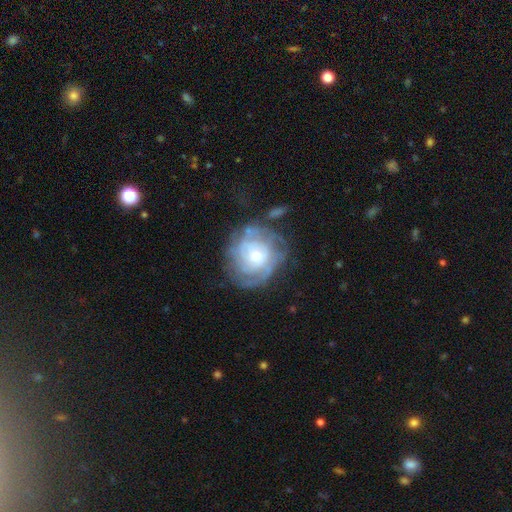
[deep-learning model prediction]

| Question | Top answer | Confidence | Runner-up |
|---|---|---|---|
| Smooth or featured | featured or disk | 73% | smooth (20%) |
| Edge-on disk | no | 97% | yes (3%) |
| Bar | no | 73% | weak (23%) |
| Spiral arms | yes | 81% | no (19%) |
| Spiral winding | tight | 66% | medium (25%) |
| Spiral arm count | can't tell | 53% | 2 (16%) |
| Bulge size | moderate | 48% | small (44%) |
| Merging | none | 61% | minor disturbance (21%) |